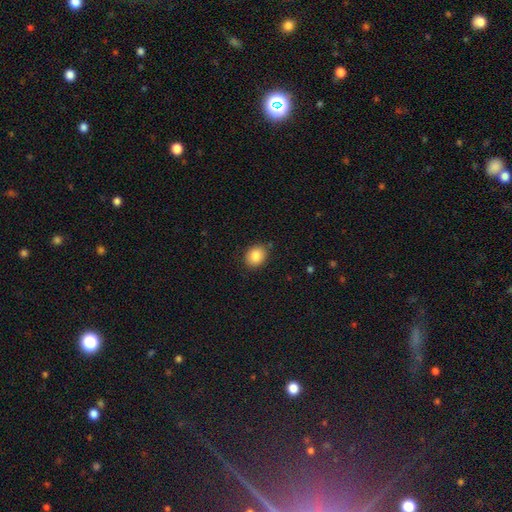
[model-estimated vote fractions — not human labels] Smooth or featured: smooth — 86% (star or artifact — 9%)
How rounded: round — 59% (in between — 40%)
Merging: none — 84% (minor disturbance — 12%)